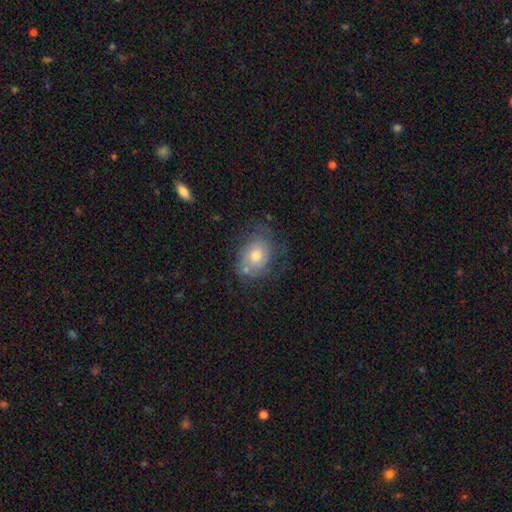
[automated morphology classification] The model was most divided on "how rounded": in between: 53%, round: 46%, cigar-shaped: 1%. More confident: merging — none (56%); smooth or featured — smooth (54%).